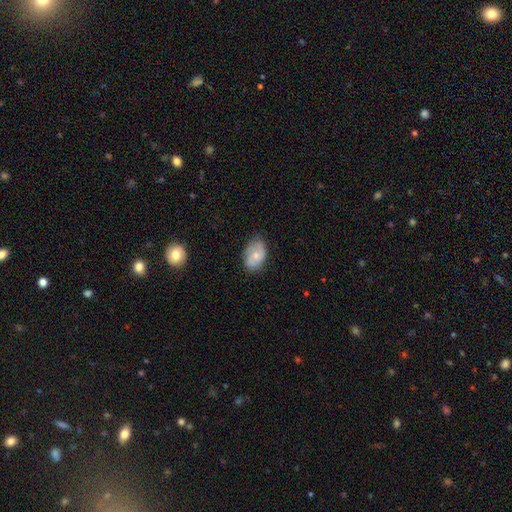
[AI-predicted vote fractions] Smooth or featured: smooth — 59% (featured or disk — 34%)
How rounded: in between — 85% (round — 14%)
Merging: none — 69% (minor disturbance — 25%)